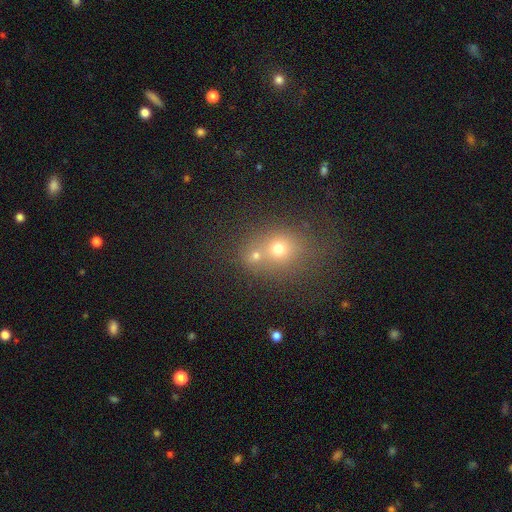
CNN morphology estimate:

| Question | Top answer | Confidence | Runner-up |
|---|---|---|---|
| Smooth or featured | smooth | 65% | star or artifact (23%) |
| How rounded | round | 74% | in between (25%) |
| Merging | none | 46% | merger (42%) |